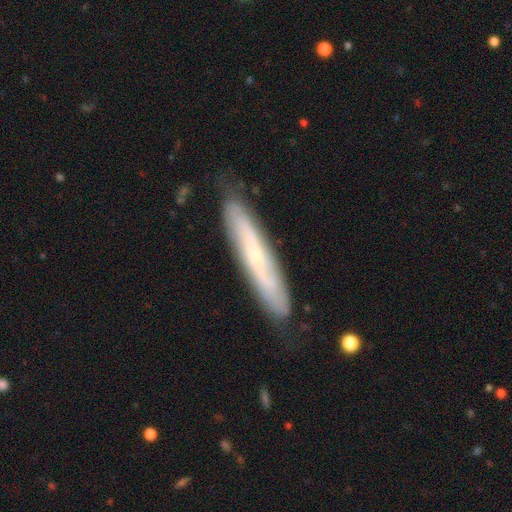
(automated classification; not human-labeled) This is possibly a featured or disk galaxy (58%). It is possibly viewed edge-on (59%). Merging: clearly none (81%).